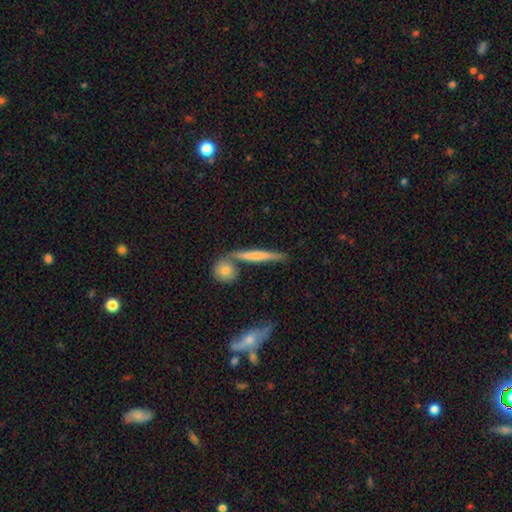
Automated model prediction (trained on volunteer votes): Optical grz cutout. It shows a smooth galaxy with no disk features (52%) that is cigar-shaped (90%). Merging: none (71%).